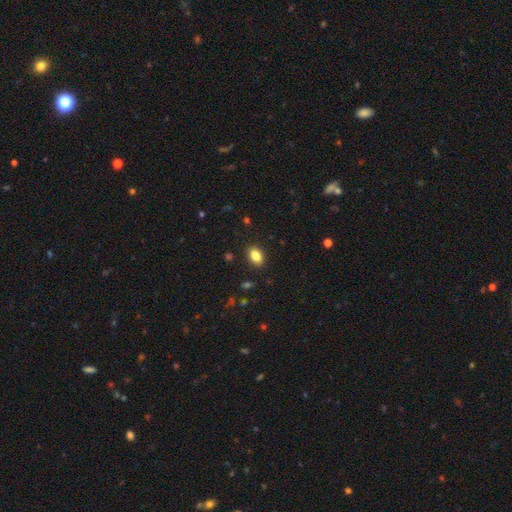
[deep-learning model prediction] Smooth or featured?
  - smooth: 86% *
  - star or artifact: 9%
  - featured or disk: 5%
How rounded?
  - in between: 83% *
  - round: 16%
  - cigar-shaped: 1%
Merging?
  - none: 88% *
  - minor disturbance: 8%
  - major disturbance: 2%
  - merger: 1%